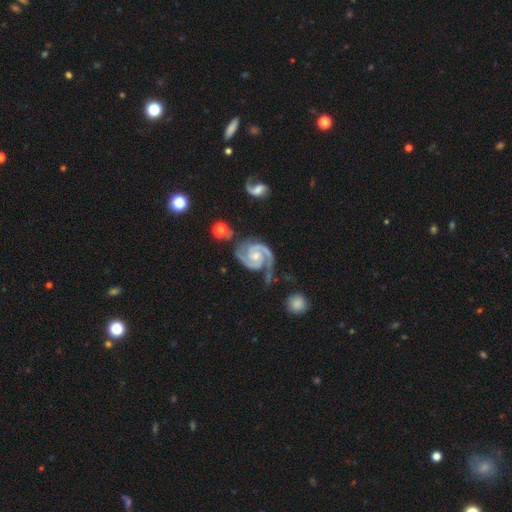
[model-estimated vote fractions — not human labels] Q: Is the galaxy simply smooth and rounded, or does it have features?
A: featured or disk — 93%.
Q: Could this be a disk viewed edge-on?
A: no — 98%.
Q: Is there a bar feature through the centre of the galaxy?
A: no — 63%.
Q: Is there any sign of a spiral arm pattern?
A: yes — 99%.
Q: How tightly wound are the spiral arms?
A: tight — 55%.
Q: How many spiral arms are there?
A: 2 — 90%.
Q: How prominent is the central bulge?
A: small — 48%.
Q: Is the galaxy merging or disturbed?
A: none — 64%.